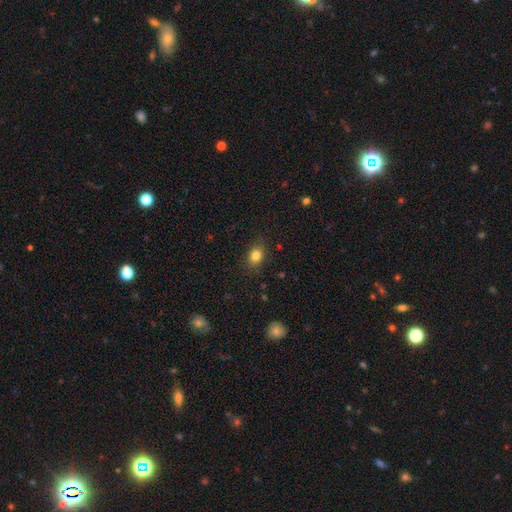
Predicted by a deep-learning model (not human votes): Morphology: type=smooth (83%); roundness=in between (62%); merging=none (85%).